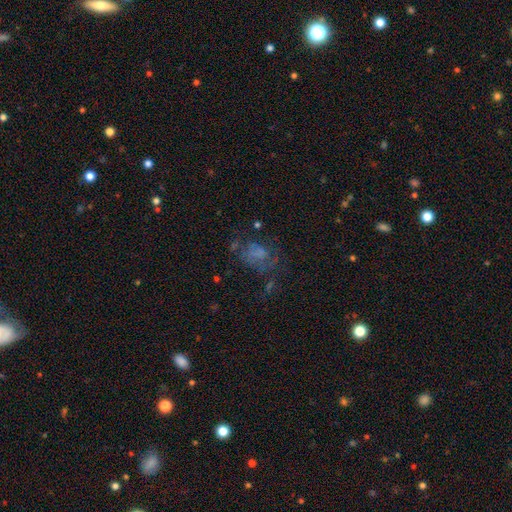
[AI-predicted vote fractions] Overall: featured or disk (37%, tied with smooth). Merging: none (42%; major disturbance 31%).